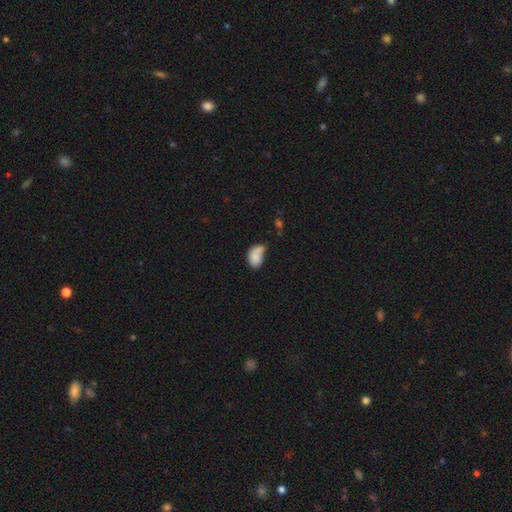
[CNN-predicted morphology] Q: Smooth or featured?
A: smooth (81%); runner-up: featured or disk (11%)
Q: How rounded?
A: in between (84%); runner-up: round (15%)
Q: Merging?
A: minor disturbance (34%); runner-up: none (31%)